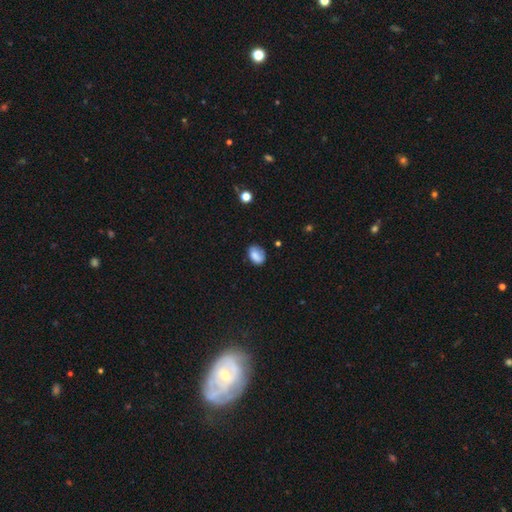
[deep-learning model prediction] Smooth or featured? smooth (79%)
How rounded? in between (77%)
Merging? none (64%)